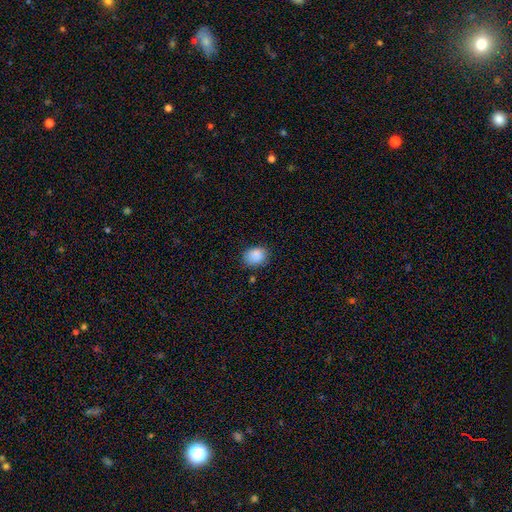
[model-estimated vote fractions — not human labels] A smooth galaxy with no disk features (88%) that is in between round and cigar-shaped (53%).

Vote fractions:
- Smooth or featured? smooth: 88% / star or artifact: 8% / featured or disk: 3%
- How rounded? in between: 53% / round: 46% / cigar-shaped: 1%
- Merging? none: 80% / minor disturbance: 16% / major disturbance: 3% / merger: 2%